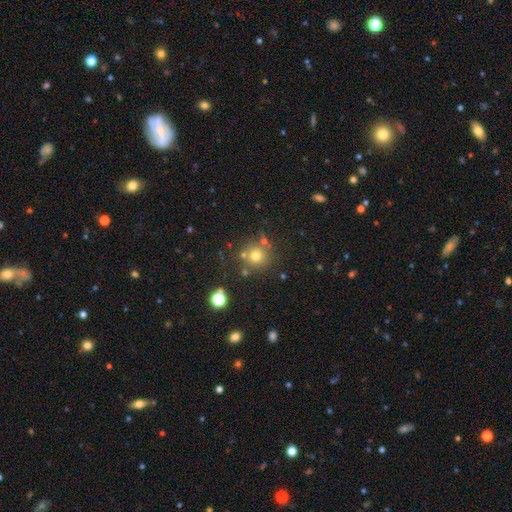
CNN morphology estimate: Smooth or featured? smooth (70%)
How rounded? round (93%)
Merging? none (75%)